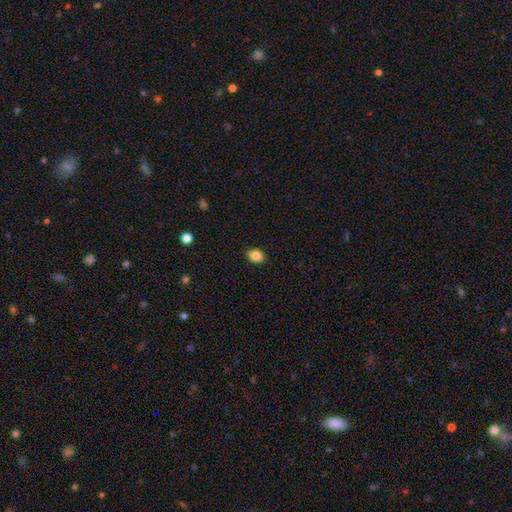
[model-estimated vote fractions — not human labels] The model was most divided on "how rounded": in between: 64%, round: 35%, cigar-shaped: 1%. More confident: merging — none (88%); smooth or featured — smooth (85%).